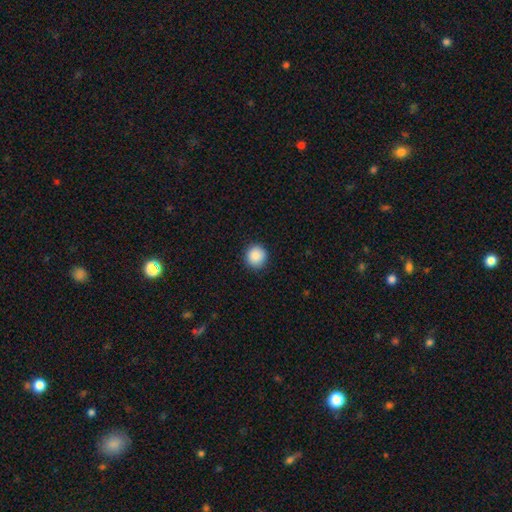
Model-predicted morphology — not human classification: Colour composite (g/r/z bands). It shows a smooth galaxy with no disk features (89%) that is round (93%). Merging: none (91%).